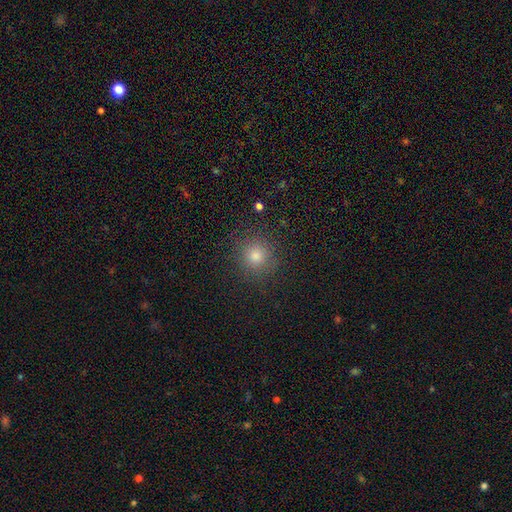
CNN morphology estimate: Smooth or featured? smooth (77%)
How rounded? round (93%)
Merging? none (89%)